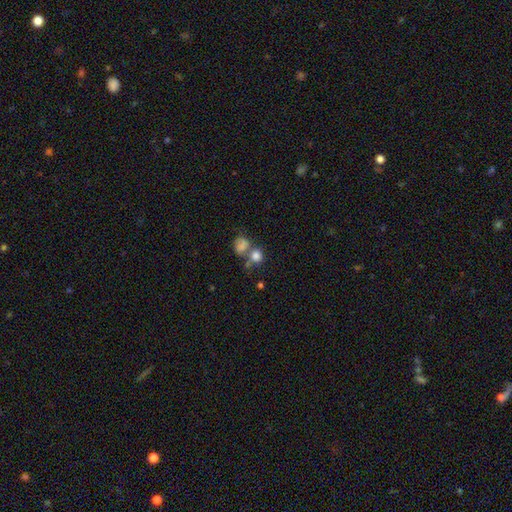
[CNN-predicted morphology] Smooth or featured?
  - smooth: 78% *
  - star or artifact: 11%
  - featured or disk: 10%
How rounded?
  - round: 77% *
  - in between: 22%
  - cigar-shaped: 1%
Merging?
  - none: 42% *
  - merger: 41%
  - minor disturbance: 10%
  - major disturbance: 6%